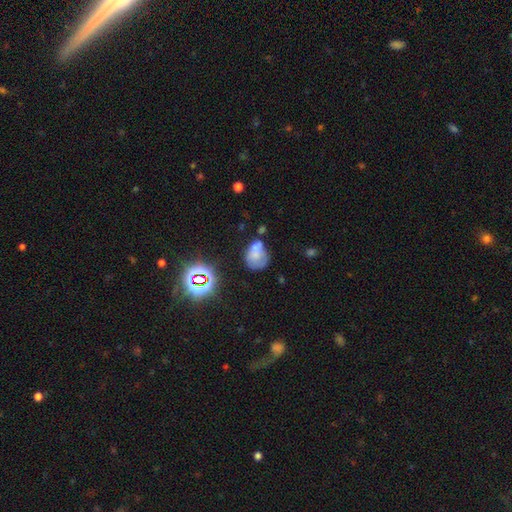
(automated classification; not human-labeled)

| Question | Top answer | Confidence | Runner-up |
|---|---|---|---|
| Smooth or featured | smooth | 57% | featured or disk (25%) |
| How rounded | in between | 56% | round (43%) |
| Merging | none | 32% | minor disturbance (27%) |